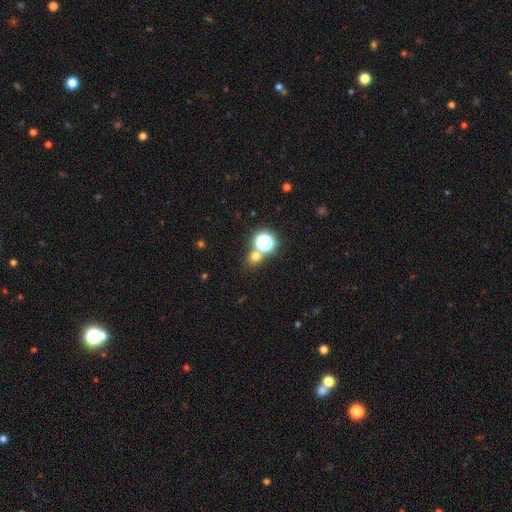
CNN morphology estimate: Smooth or featured: smooth — 64% (star or artifact — 29%)
How rounded: round — 84% (in between — 15%)
Merging: none — 67% (merger — 23%)